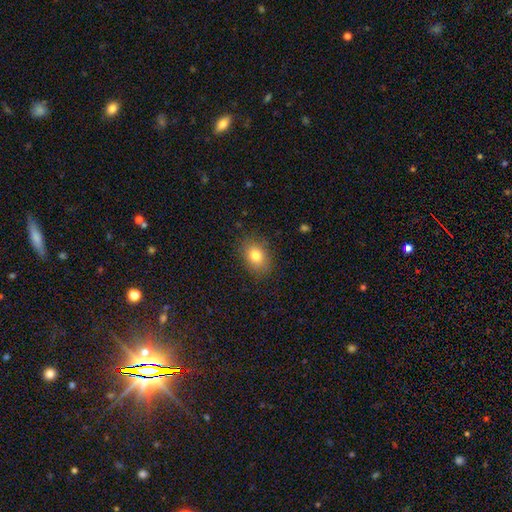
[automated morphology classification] type=smooth (80%); roundness=in between (69%); merging=none (84%).